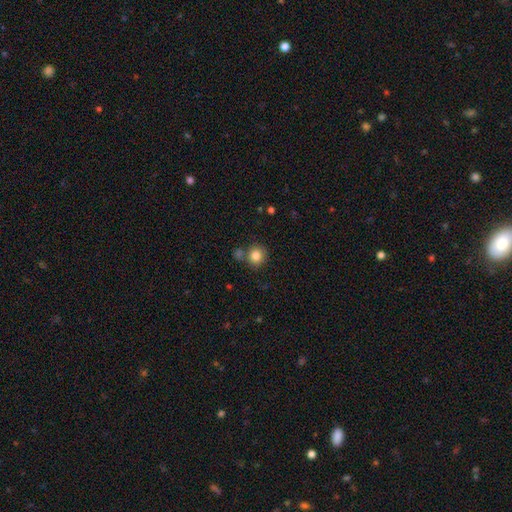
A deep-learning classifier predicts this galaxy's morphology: Smooth or featured: smooth — 84% (star or artifact — 10%)
How rounded: round — 90% (in between — 9%)
Merging: none — 72% (merger — 15%)